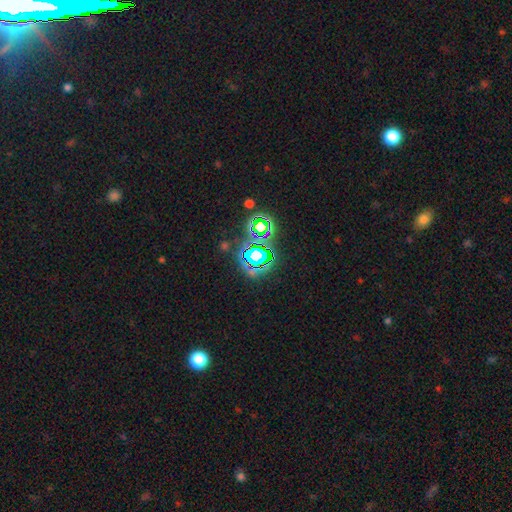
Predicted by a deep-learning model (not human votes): Smooth or featured? Predicted: star or artifact (p=0.70).